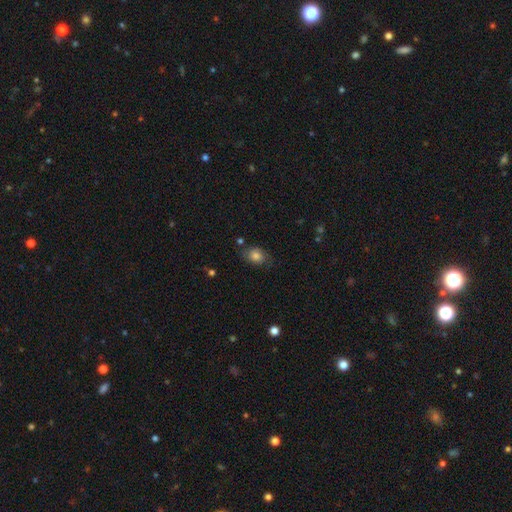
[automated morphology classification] Smooth or featured? smooth (71%)
How rounded? in between (63%)
Merging? none (65%)